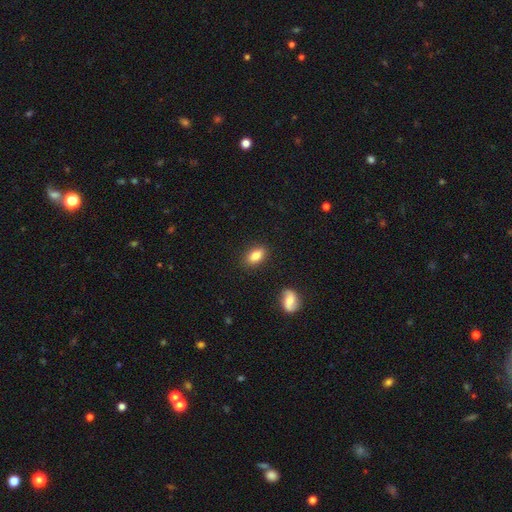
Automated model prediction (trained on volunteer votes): The model was most divided on "smooth or featured": smooth: 83%, featured or disk: 10%, star or artifact: 8%. More confident: how rounded — in between (88%); merging — none (87%).